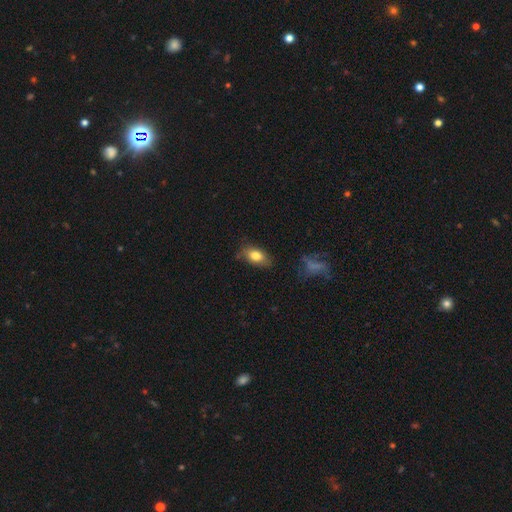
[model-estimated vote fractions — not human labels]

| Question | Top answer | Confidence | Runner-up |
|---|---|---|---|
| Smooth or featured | smooth | 80% | featured or disk (12%) |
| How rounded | in between | 87% | round (9%) |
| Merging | none | 76% | minor disturbance (19%) |